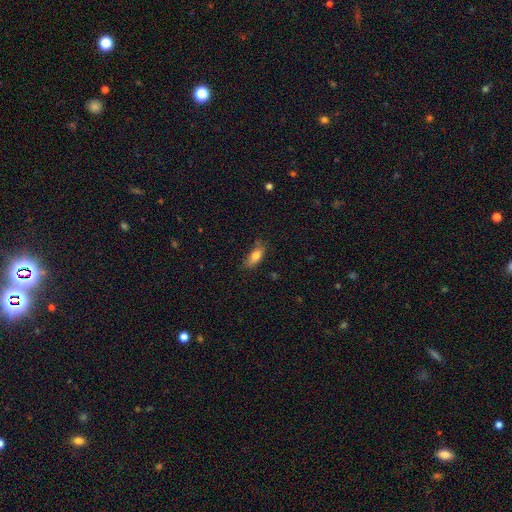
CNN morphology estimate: smooth-or-featured: smooth: 80% | featured or disk: 12% | star or artifact: 8%
  how-rounded: in between: 82% | cigar-shaped: 14% | round: 4%
  merging: none: 63% | minor disturbance: 28% | major disturbance: 7% | merger: 3%